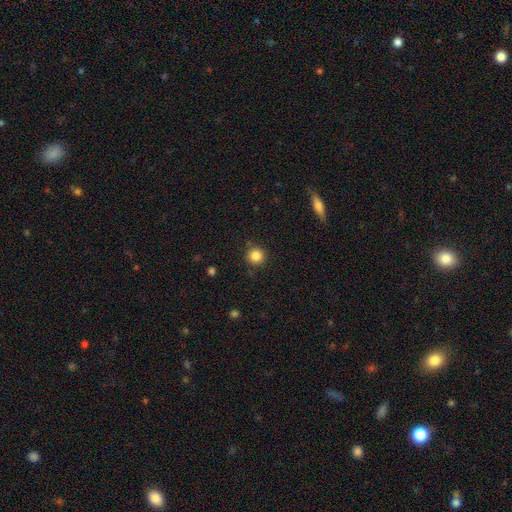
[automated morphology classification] smooth 85%, star or artifact 11%, featured or disk 4%. Down the decision tree: how rounded — round (94%); merging — none (89%).